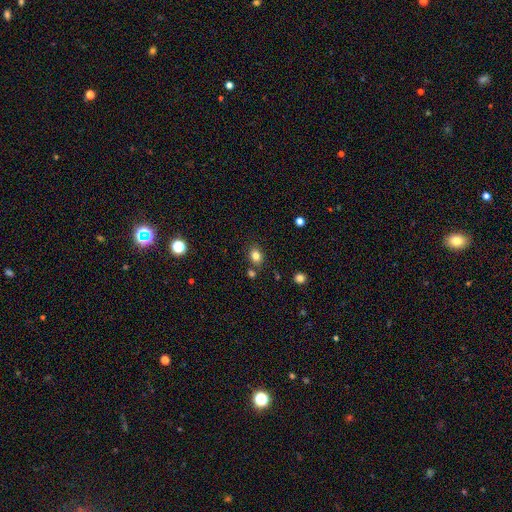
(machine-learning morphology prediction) Q: Smooth or featured?
A: smooth (81%); runner-up: star or artifact (12%)
Q: How rounded?
A: in between (55%); runner-up: round (44%)
Q: Merging?
A: none (79%); runner-up: minor disturbance (11%)